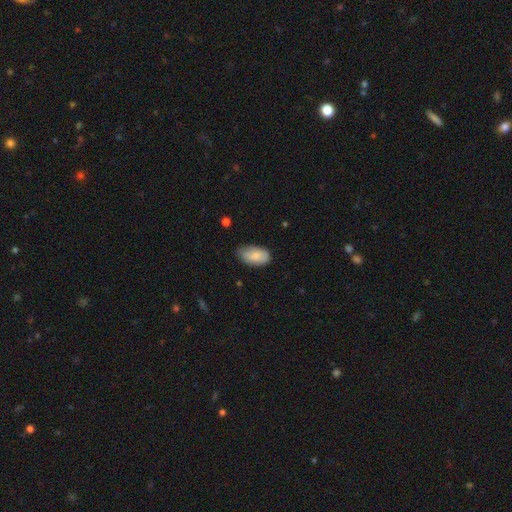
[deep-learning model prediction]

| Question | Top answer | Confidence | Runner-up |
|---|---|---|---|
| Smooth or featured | smooth | 83% | featured or disk (11%) |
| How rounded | in between | 94% | round (4%) |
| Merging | none | 65% | minor disturbance (29%) |